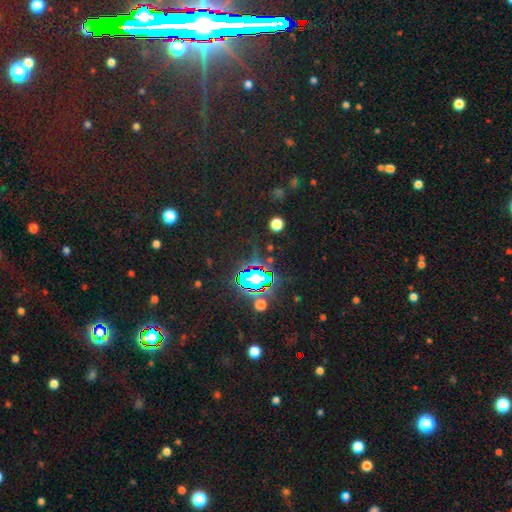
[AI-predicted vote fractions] Smooth or featured?
  - star or artifact: 81% *
  - smooth: 12%
  - featured or disk: 8%